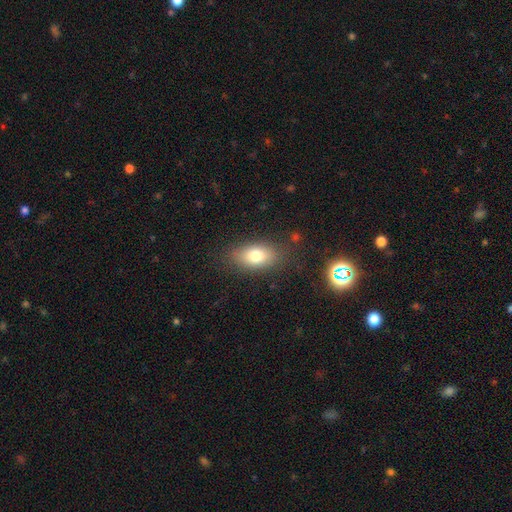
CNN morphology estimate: Smooth or featured: smooth — 78% (featured or disk — 13%)
How rounded: in between — 87% (round — 9%)
Merging: none — 81% (minor disturbance — 13%)